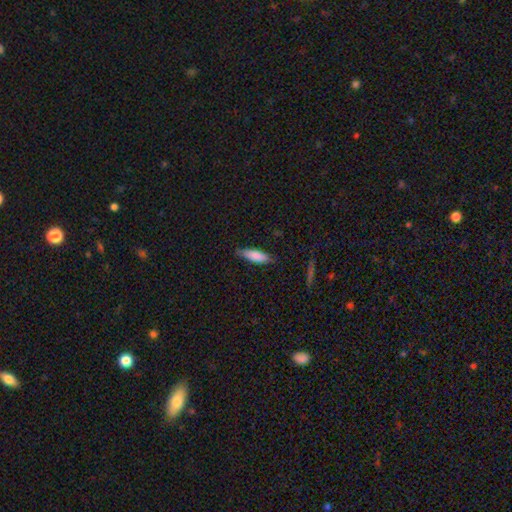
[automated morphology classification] type=smooth (82%); roundness=cigar-shaped (56%); merging=none (81%).